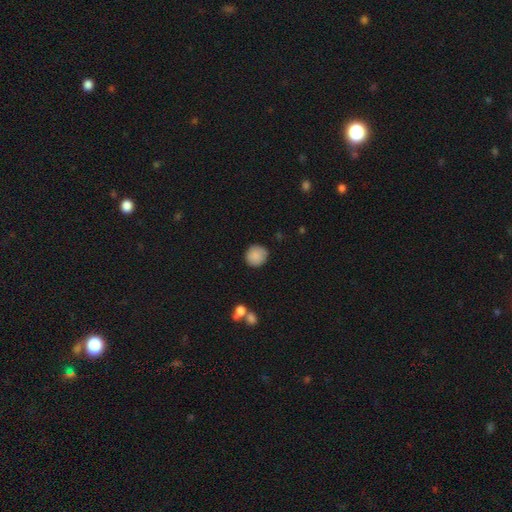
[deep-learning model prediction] smooth_or_featured: smooth (p=0.88) [alt: star or artifact p=0.07]
how_rounded: round (p=0.91) [alt: in between p=0.08]
merging: none (p=0.85) [alt: minor disturbance p=0.10]